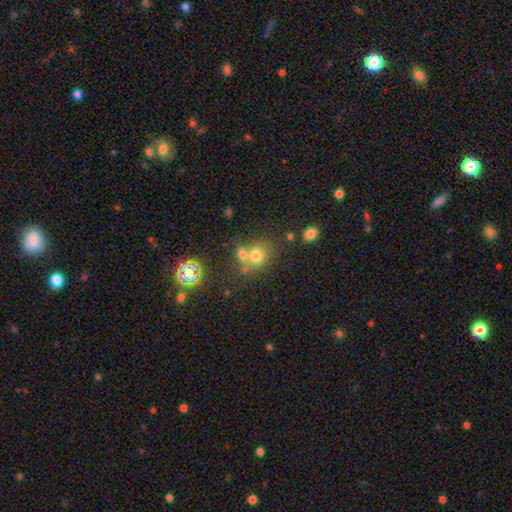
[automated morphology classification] smooth-or-featured: smooth: 71% | star or artifact: 16% | featured or disk: 12%
  how-rounded: round: 71% | in between: 28% | cigar-shaped: 1%
  merging: none: 44% | merger: 43% | minor disturbance: 9% | major disturbance: 4%